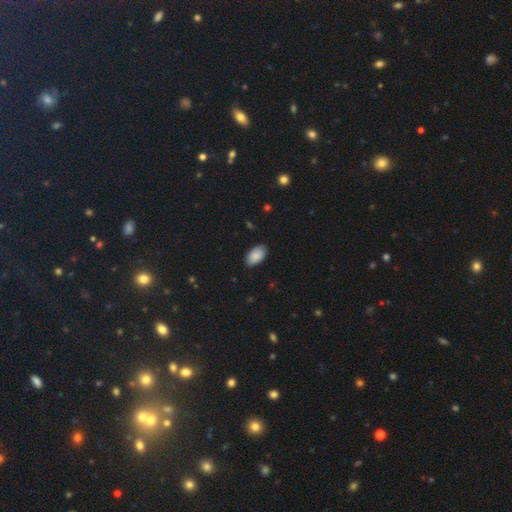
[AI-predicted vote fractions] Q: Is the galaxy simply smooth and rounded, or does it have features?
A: smooth — 89%.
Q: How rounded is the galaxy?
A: in between — 95%.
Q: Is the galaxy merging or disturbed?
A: none — 86%.